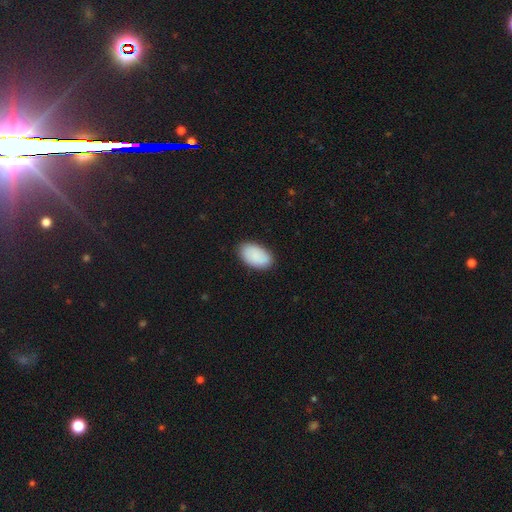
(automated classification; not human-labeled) Smooth or featured: smooth — 89% (star or artifact — 6%)
How rounded: in between — 95% (round — 4%)
Merging: none — 85% (minor disturbance — 12%)